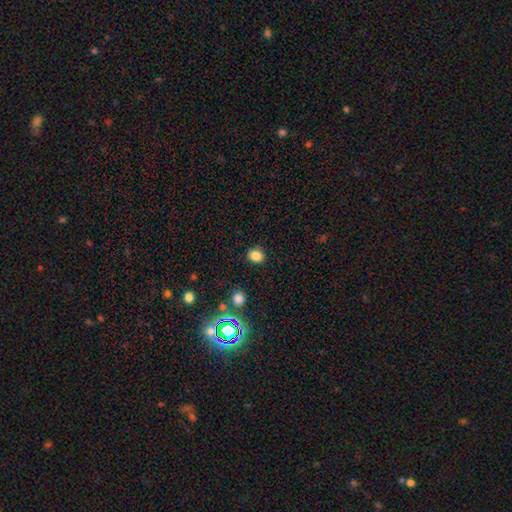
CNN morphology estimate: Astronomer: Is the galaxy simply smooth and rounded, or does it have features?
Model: smooth — 83%.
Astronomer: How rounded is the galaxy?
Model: round — 58% (runner-up: in between, 41%).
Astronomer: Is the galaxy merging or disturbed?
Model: none — 87%.